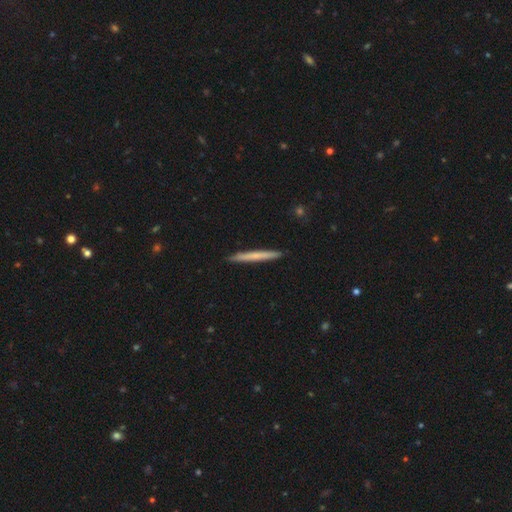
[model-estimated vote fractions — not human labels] This is possibly a smooth galaxy (60%). How rounded: clearly cigar-shaped (97%). Merging: clearly none (92%).